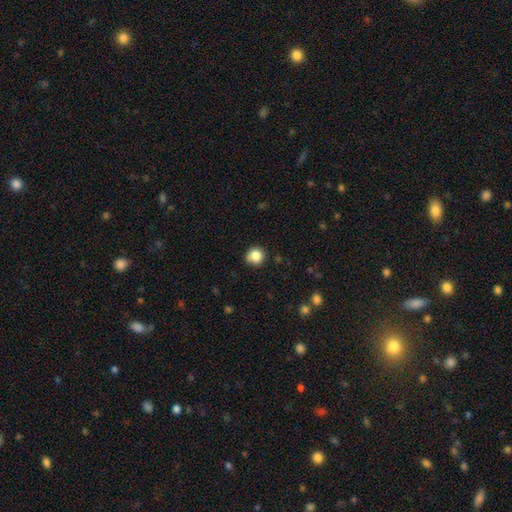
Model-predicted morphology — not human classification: smooth_or_featured: smooth (p=0.84) [alt: star or artifact p=0.10]
how_rounded: round (p=0.90) [alt: in between p=0.09]
merging: none (p=0.83) [alt: minor disturbance p=0.13]